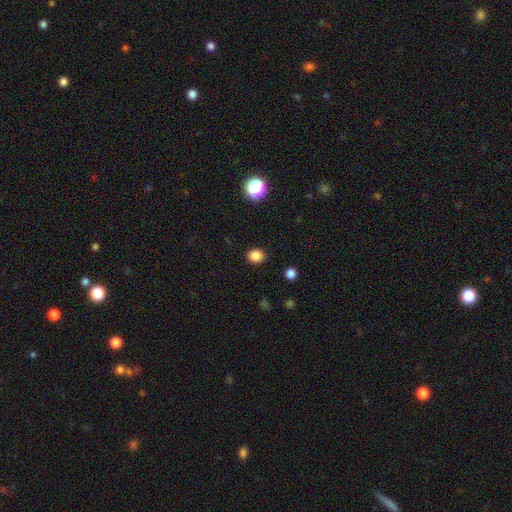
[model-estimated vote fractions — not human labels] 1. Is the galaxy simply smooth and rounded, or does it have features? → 85% smooth, 12% star or artifact, 3% featured or disk.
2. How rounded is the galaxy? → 64% round, 35% in between, 1% cigar-shaped.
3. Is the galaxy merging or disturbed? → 90% none, 7% minor disturbance, 2% major disturbance, 1% merger.